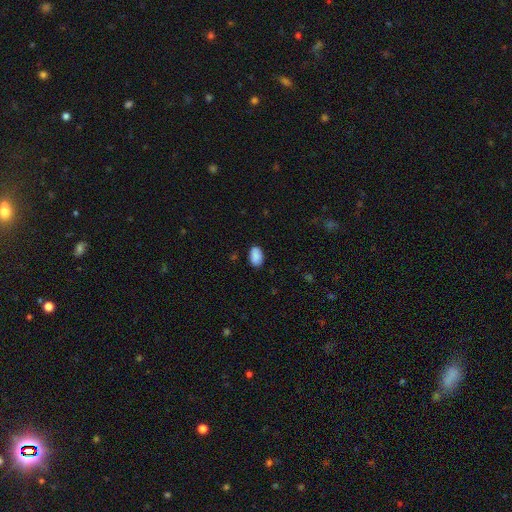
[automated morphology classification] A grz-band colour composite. It shows a smooth galaxy with no disk features (88%) that is in between round and cigar-shaped (91%). Merging: none (83%).